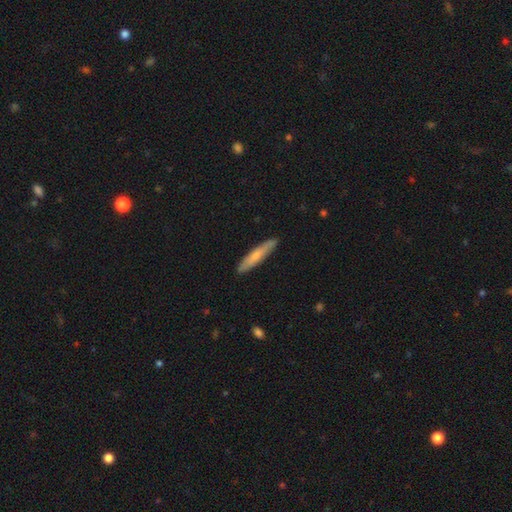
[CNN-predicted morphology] Smooth or featured? Predicted: smooth (p=0.67). How rounded? Predicted: cigar-shaped (p=0.91). Merging? Predicted: none (p=0.88).